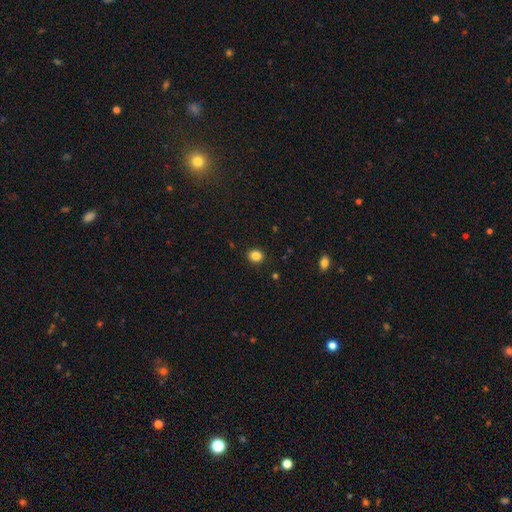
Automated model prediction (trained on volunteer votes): A smooth galaxy with no disk features (85%) that is round (67%).

Vote fractions:
- Smooth or featured? smooth: 85% / star or artifact: 11% / featured or disk: 4%
- How rounded? round: 67% / in between: 32% / cigar-shaped: 1%
- Merging? none: 90% / minor disturbance: 7% / major disturbance: 2% / merger: 1%